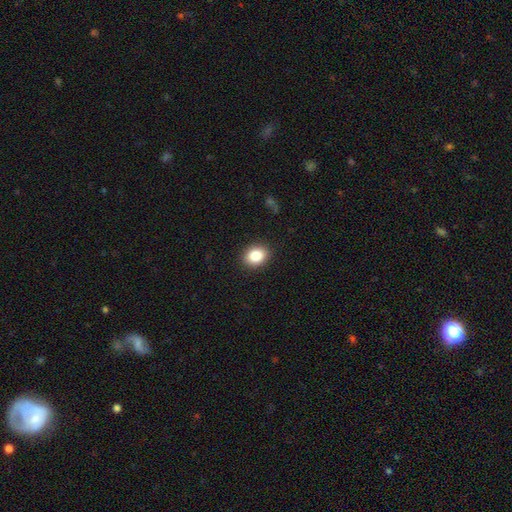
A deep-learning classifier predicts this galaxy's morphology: Smooth or featured? Predicted: smooth (p=0.85). How rounded? Predicted: in between (p=0.55). Merging? Predicted: none (p=0.90).